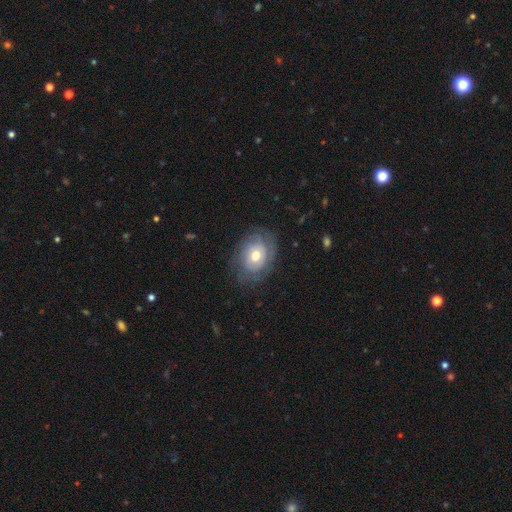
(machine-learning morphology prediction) Smooth or featured? featured or disk (52%)
Edge-on disk? no (95%)
Merging? none (72%)